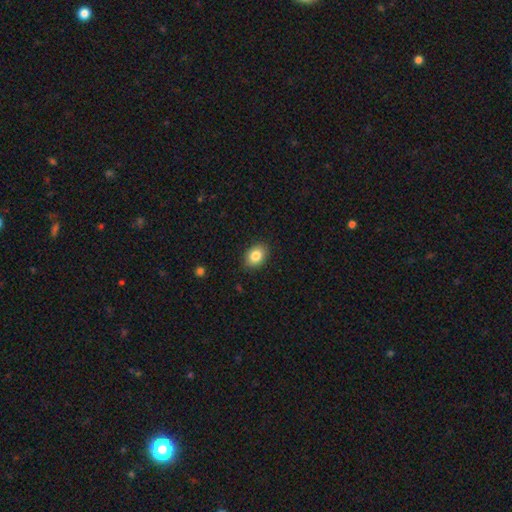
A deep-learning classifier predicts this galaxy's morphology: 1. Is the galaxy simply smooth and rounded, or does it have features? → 85% smooth, 8% star or artifact, 7% featured or disk.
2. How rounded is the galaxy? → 77% in between, 22% round, 1% cigar-shaped.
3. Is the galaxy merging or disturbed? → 89% none, 9% minor disturbance, 2% major disturbance, 1% merger.